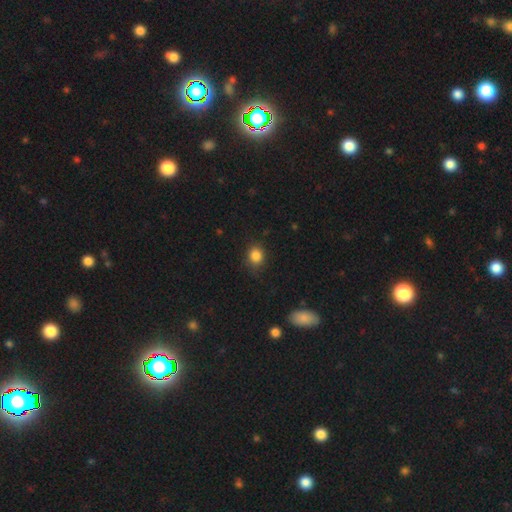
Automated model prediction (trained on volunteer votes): A smooth galaxy with no disk features (85%) that is round (71%). Merging: none (79%).